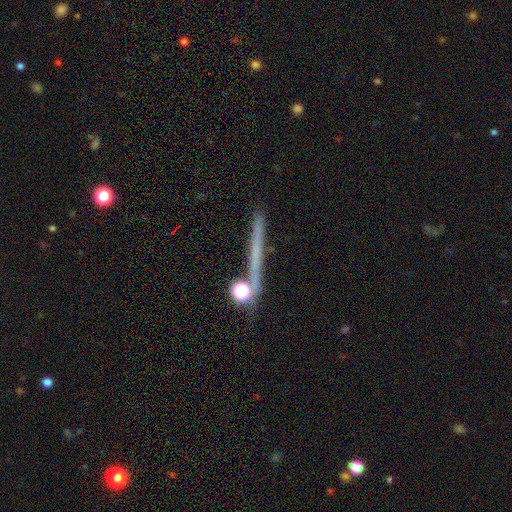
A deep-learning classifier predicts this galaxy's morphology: Q: Smooth or featured?
A: featured or disk (43%); runner-up: smooth (40%)
Q: Merging?
A: none (77%); runner-up: minor disturbance (10%)